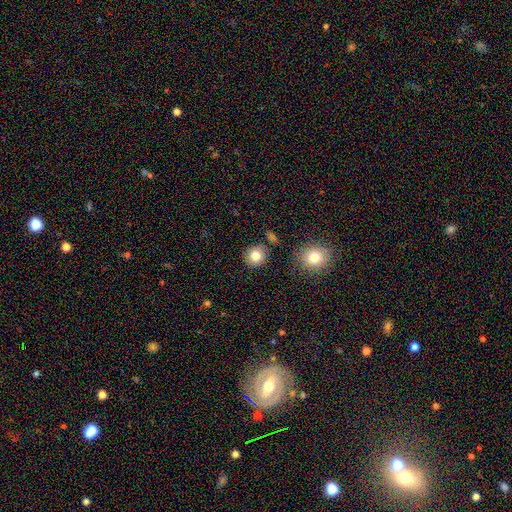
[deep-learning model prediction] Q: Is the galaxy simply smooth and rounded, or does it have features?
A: smooth — 82%.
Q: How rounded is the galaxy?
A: round — 86%.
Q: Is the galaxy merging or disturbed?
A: none — 83%.